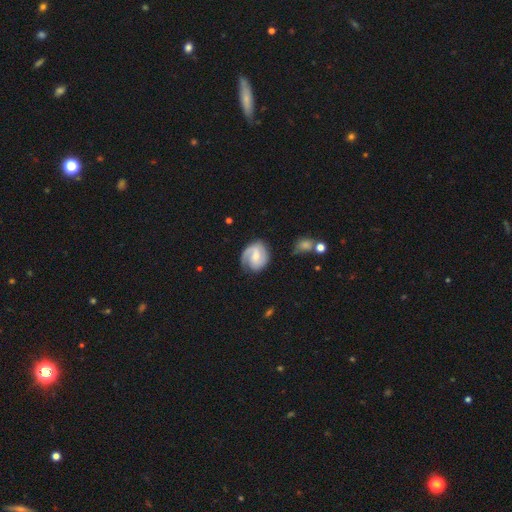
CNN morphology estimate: type=featured or disk (80%); edge-on=no (98%); bar=weak (52%); spiral arms=yes (96%); winding=medium (45%); arm count=2 (66%); bulge=moderate (42%, tied with small); merging=none (71%).